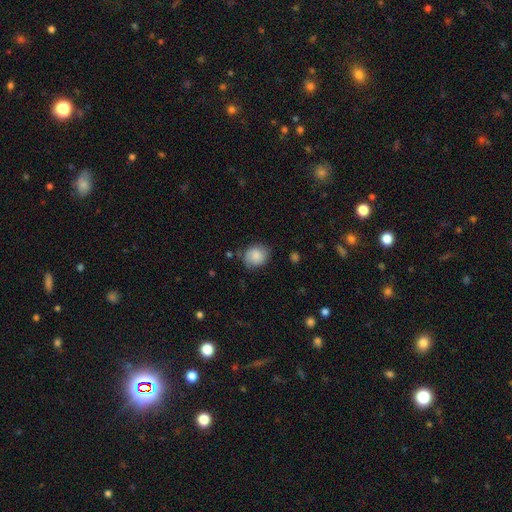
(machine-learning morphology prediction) Smooth or featured: smooth — 81% (featured or disk — 11%)
How rounded: round — 64% (in between — 35%)
Merging: none — 71% (minor disturbance — 22%)